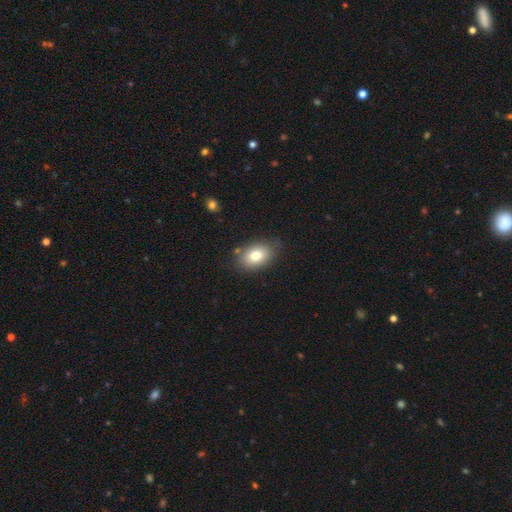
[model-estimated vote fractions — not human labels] This is likely a smooth galaxy (78%). How rounded: likely in between (79%). Merging: likely none (78%).